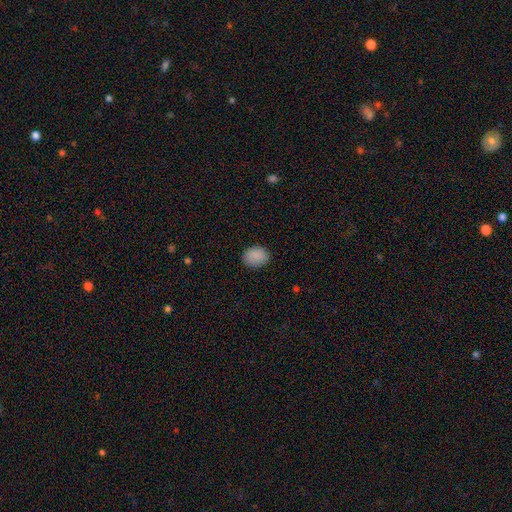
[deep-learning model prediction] Smooth or featured? Predicted: smooth (p=0.89). How rounded? Predicted: in between (p=0.60). Merging? Predicted: none (p=0.86).